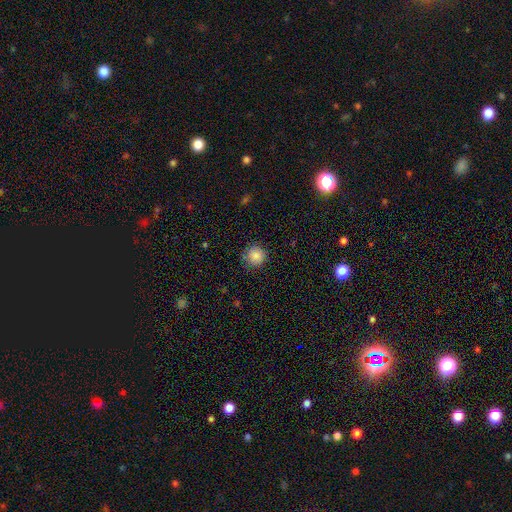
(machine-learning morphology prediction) smooth-or-featured: smooth: 85% | star or artifact: 10% | featured or disk: 5%
  how-rounded: round: 94% | in between: 5% | cigar-shaped: 1%
  merging: none: 85% | minor disturbance: 11% | major disturbance: 3% | merger: 1%